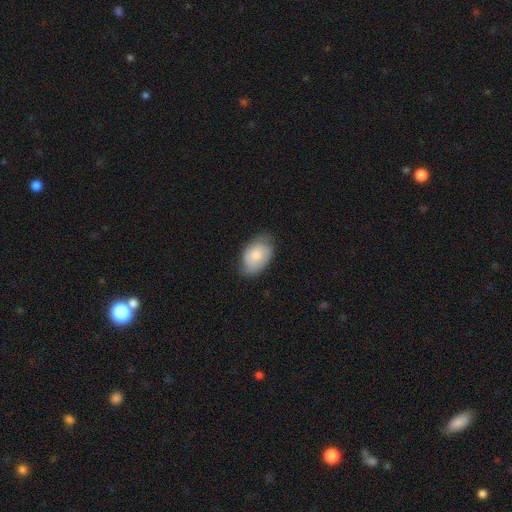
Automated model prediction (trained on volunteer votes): smooth 75%, featured or disk 19%, star or artifact 6%. Down the decision tree: how rounded — in between (89%); merging — none (66%).